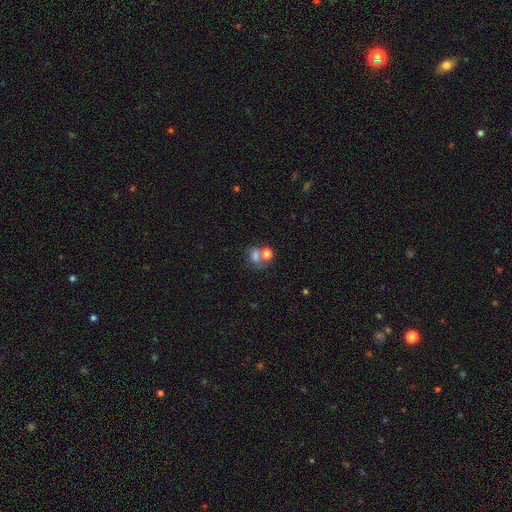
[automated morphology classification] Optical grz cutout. It shows a smooth galaxy with no disk features (67%) that is in between round and cigar-shaped (50%). Merging: merger (44%).